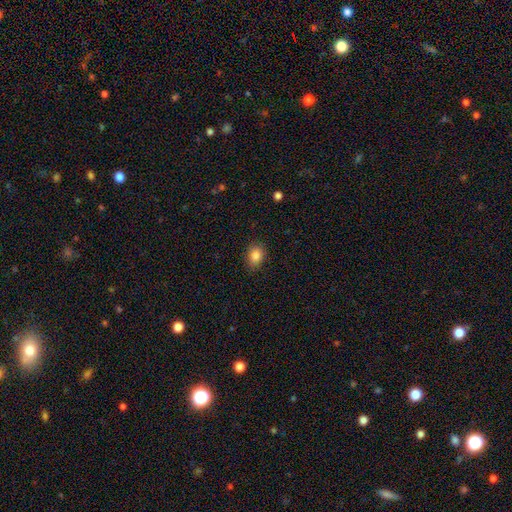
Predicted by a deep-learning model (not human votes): Overall: smooth (86%). How rounded: in between (63%; round 36%). Merging: none (85%).